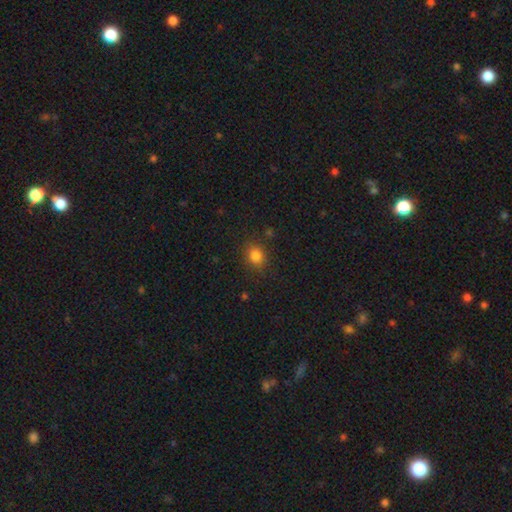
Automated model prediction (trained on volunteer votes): smooth-or-featured: smooth: 82% | star or artifact: 13% | featured or disk: 5%
  how-rounded: round: 67% | in between: 32% | cigar-shaped: 1%
  merging: none: 84% | minor disturbance: 11% | major disturbance: 3% | merger: 2%